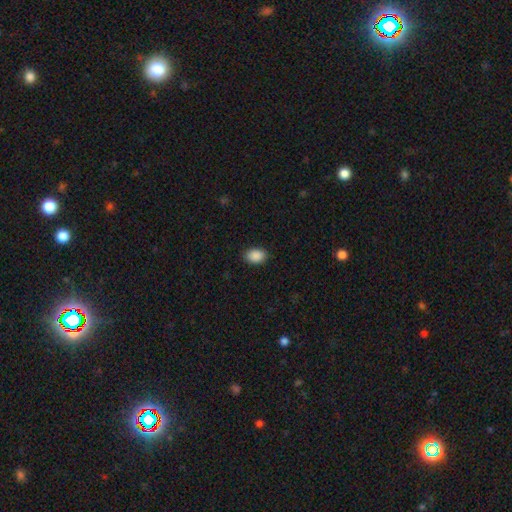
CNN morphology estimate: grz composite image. It shows a smooth galaxy with no disk features (90%) that is in between round and cigar-shaped (82%). Merging: none (89%).